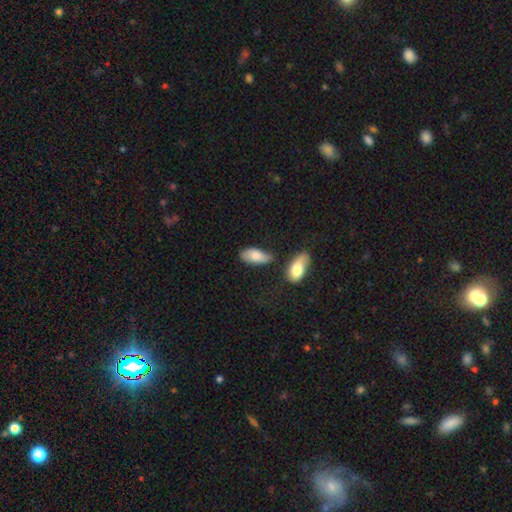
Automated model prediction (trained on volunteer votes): Overall: smooth (78%). How rounded: in between (90%). Merging: none (56%; minor disturbance 22%).